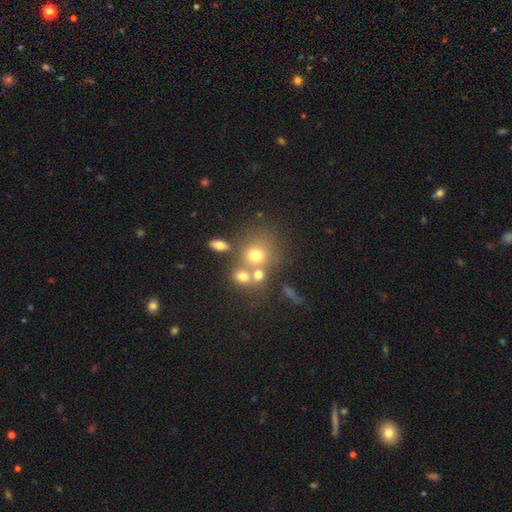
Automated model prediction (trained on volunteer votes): Overall: smooth (66%). How rounded: round (74%). Merging: none (48%; merger 35%).